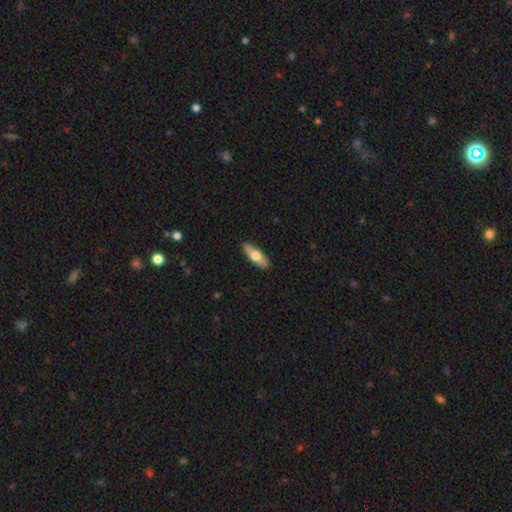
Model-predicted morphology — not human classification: smooth 61%, featured or disk 34%, star or artifact 5%. Down the decision tree: how rounded — in between (52%); merging — none (89%).